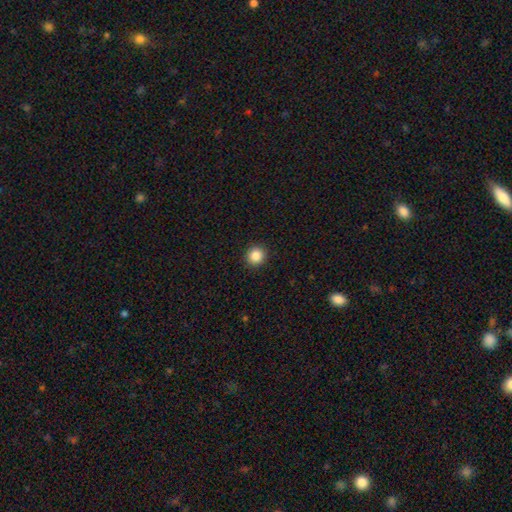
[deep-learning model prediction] smooth-or-featured: smooth: 86% | star or artifact: 10% | featured or disk: 4%
  how-rounded: round: 92% | in between: 7% | cigar-shaped: 1%
  merging: none: 93% | minor disturbance: 5% | major disturbance: 2% | merger: 1%